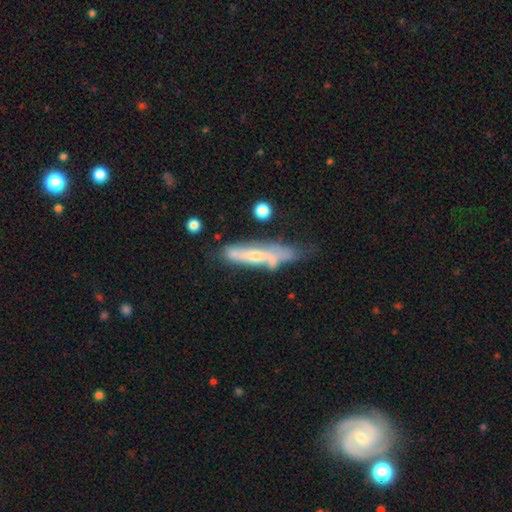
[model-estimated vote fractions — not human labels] Q: Smooth or featured?
A: featured or disk (61%); runner-up: smooth (33%)
Q: Edge-on disk?
A: yes (57%); runner-up: no (43%)
Q: Merging?
A: none (40%); runner-up: minor disturbance (30%)